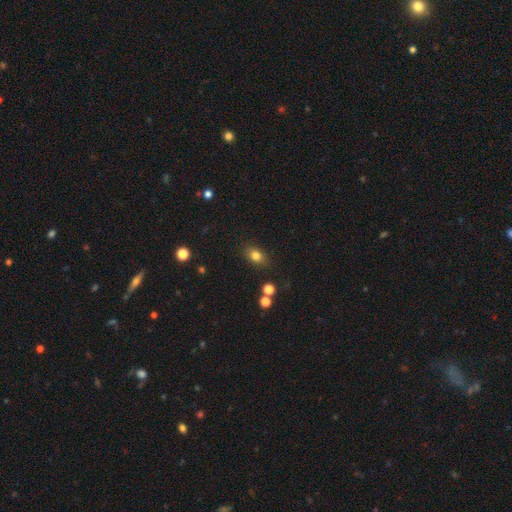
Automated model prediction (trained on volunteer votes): smooth_or_featured: smooth (p=0.79) [alt: star or artifact p=0.12]
how_rounded: in between (p=0.71) [alt: round p=0.27]
merging: none (p=0.84) [alt: minor disturbance p=0.11]